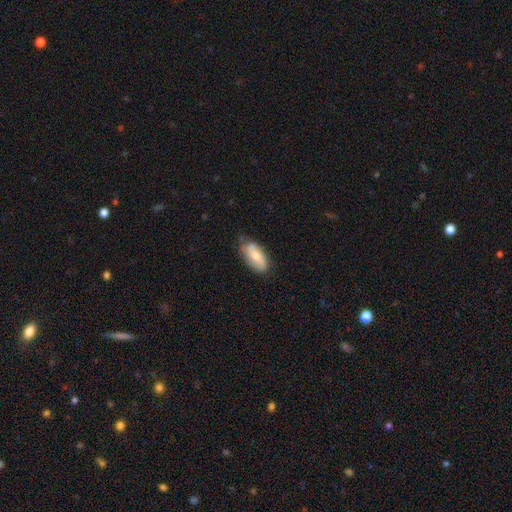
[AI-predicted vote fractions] Smooth or featured? smooth (54%)
How rounded? in between (88%)
Merging? none (65%)